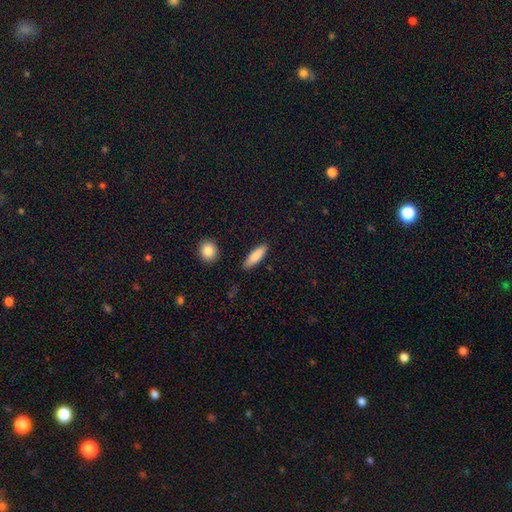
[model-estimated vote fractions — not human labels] This is clearly a smooth galaxy (85%). How rounded: possibly cigar-shaped (56%). Merging: clearly none (87%).